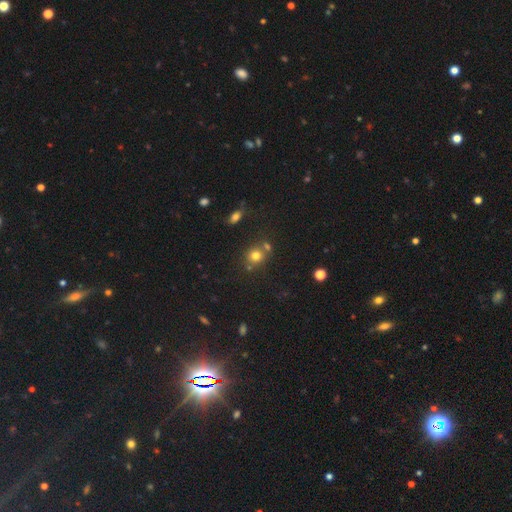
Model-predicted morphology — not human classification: Smooth or featured? Predicted: smooth (p=0.74). How rounded? Predicted: round (p=0.82). Merging? Predicted: none (p=0.63).